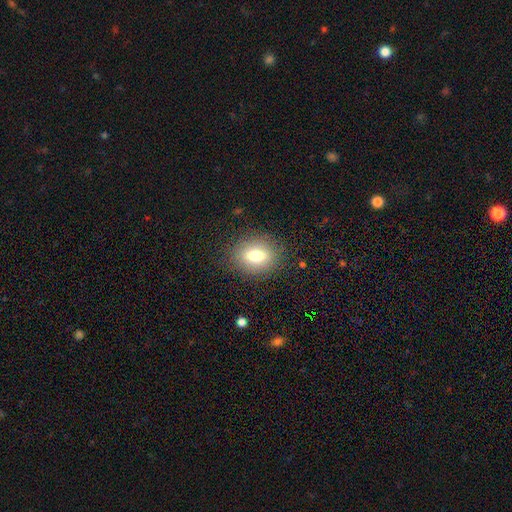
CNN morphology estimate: Smooth or featured?
  - smooth: 73% *
  - featured or disk: 16%
  - star or artifact: 10%
How rounded?
  - in between: 63% *
  - round: 35%
  - cigar-shaped: 2%
Merging?
  - none: 85% *
  - minor disturbance: 10%
  - major disturbance: 4%
  - merger: 1%